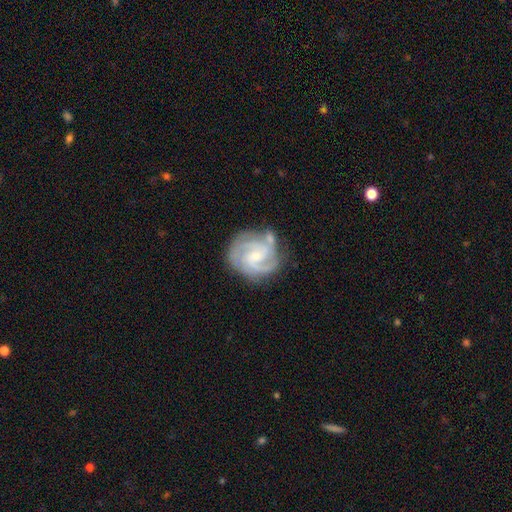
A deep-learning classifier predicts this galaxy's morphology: Smooth or featured?
  - featured or disk: 89% *
  - smooth: 6%
  - star or artifact: 5%
Edge-on disk?
  - no: 98% *
  - yes: 2%
Bar?
  - no: 57% *
  - weak: 36%
  - strong: 7%
Spiral arms?
  - yes: 98% *
  - no: 2%
Spiral winding?
  - tight: 59% *
  - medium: 36%
  - loose: 5%
Spiral arm count?
  - 3: 52% *
  - 2: 22%
  - 4: 11%
  - can't tell: 9%
  - 1: 3%
  - more than 4: 3%
Bulge size?
  - small: 68% *
  - moderate: 28%
  - none: 2%
  - large: 1%
  - dominant: 1%
Merging?
  - none: 67% *
  - minor disturbance: 18%
  - merger: 9%
  - major disturbance: 6%